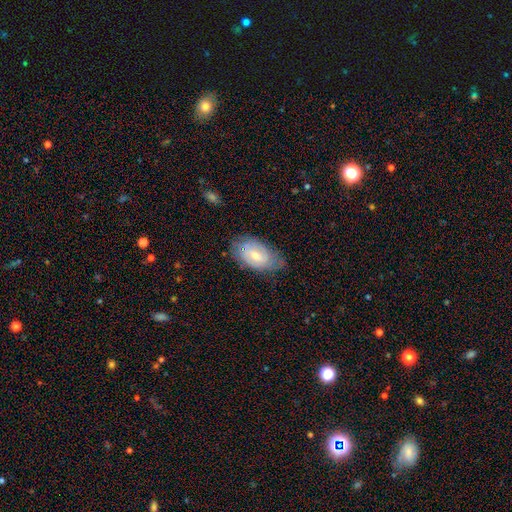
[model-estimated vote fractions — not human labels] A smooth galaxy with no disk features (49%).

Vote fractions:
- Smooth or featured? smooth: 49% / featured or disk: 44% / star or artifact: 7%
- Merging? none: 65% / minor disturbance: 27% / major disturbance: 7% / merger: 1%